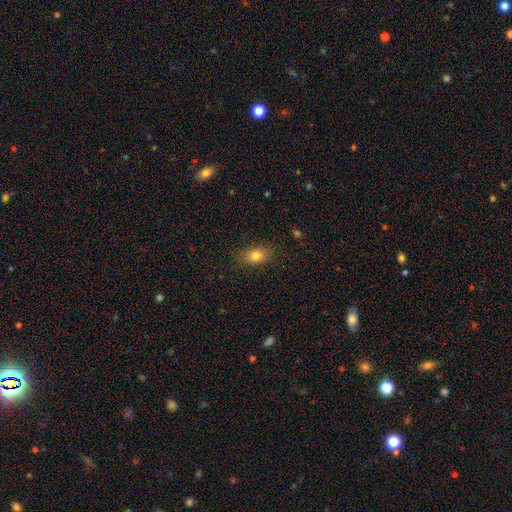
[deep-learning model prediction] Smooth or featured?
  - smooth: 81% *
  - star or artifact: 11%
  - featured or disk: 9%
How rounded?
  - in between: 76% *
  - round: 21%
  - cigar-shaped: 3%
Merging?
  - none: 83% *
  - minor disturbance: 13%
  - major disturbance: 3%
  - merger: 1%